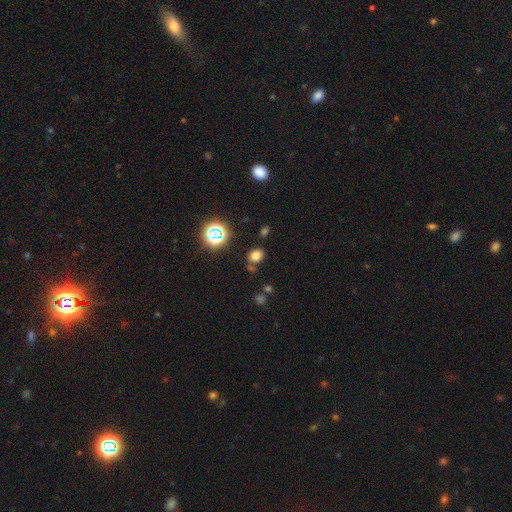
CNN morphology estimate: smooth_or_featured: smooth (p=0.72) [alt: star or artifact p=0.21]
how_rounded: in between (p=0.56) [alt: round p=0.43]
merging: none (p=0.78) [alt: minor disturbance p=0.12]